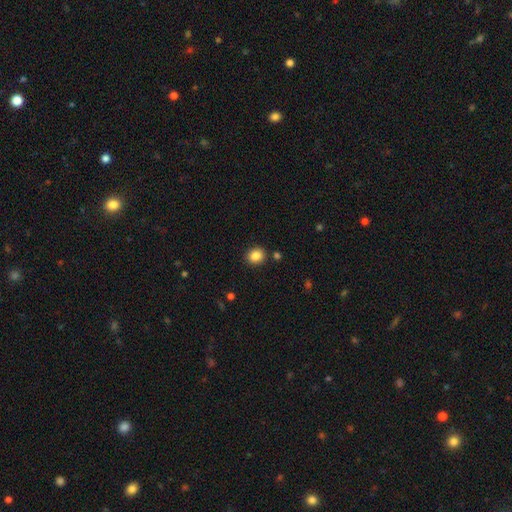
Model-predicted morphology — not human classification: A smooth galaxy with no disk features (85%) that is round (70%). Merging: none (88%).